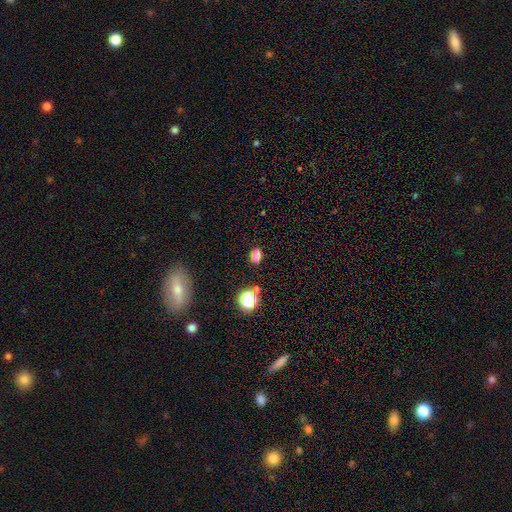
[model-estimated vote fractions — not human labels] Morphology: type=smooth (80%); roundness=in between (65%); merging=none (85%).